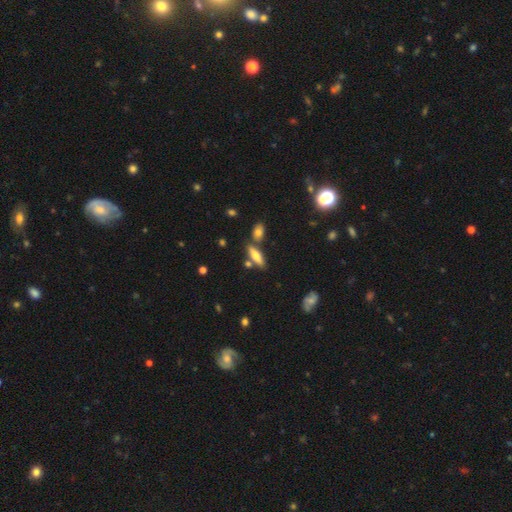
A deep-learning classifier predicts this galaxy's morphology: smooth 68%, featured or disk 24%, star or artifact 8%. Down the decision tree: how rounded — cigar-shaped (58%); merging — none (71%).